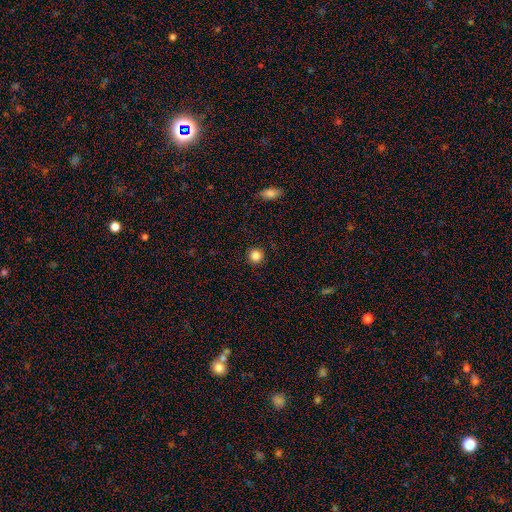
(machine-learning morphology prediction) A smooth galaxy with no disk features (86%) that is round (95%). Merging: none (92%).